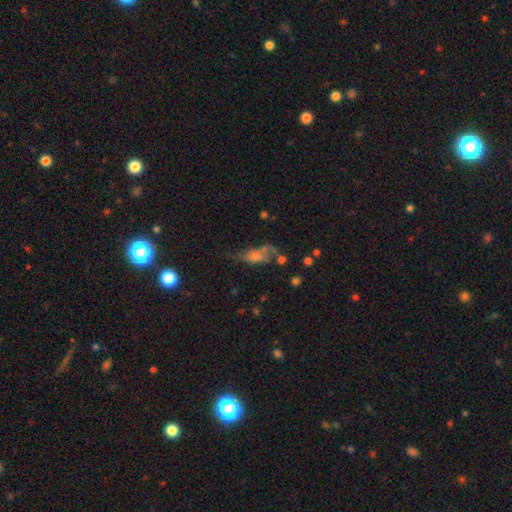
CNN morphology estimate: This appears to be a smooth galaxy with no disk features (43%). Merging: none (37%).